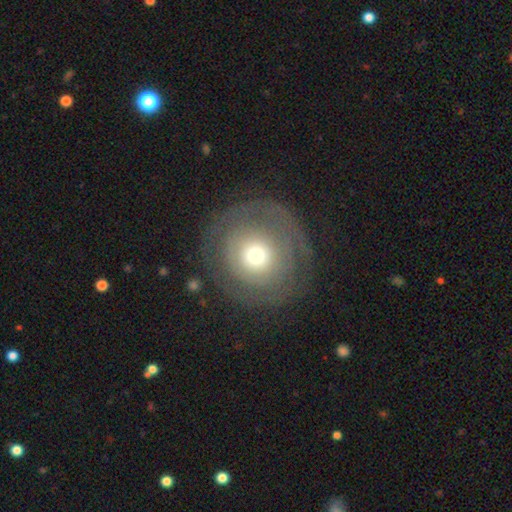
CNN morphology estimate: Smooth or featured? Predicted: featured or disk (p=0.57). Edge-on disk? Predicted: no (p=0.96). Bar? Predicted: no (p=0.88). Spiral arms? Predicted: yes (p=0.56). Bulge size? Predicted: moderate (p=0.52). Merging? Predicted: none (p=0.73).